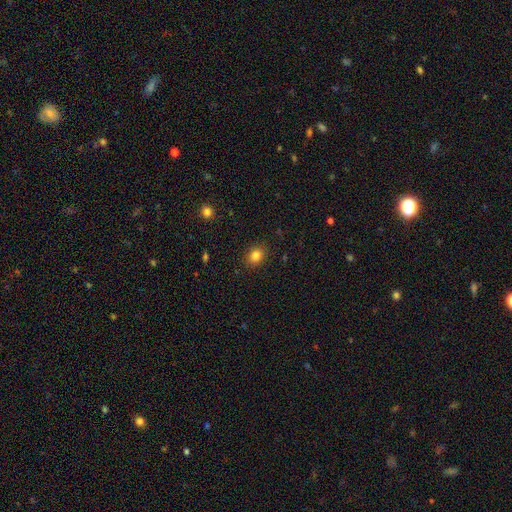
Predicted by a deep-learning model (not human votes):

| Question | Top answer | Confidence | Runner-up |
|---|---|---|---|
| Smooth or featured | smooth | 83% | star or artifact (11%) |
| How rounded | round | 50% | in between (49%) |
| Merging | none | 89% | minor disturbance (8%) |